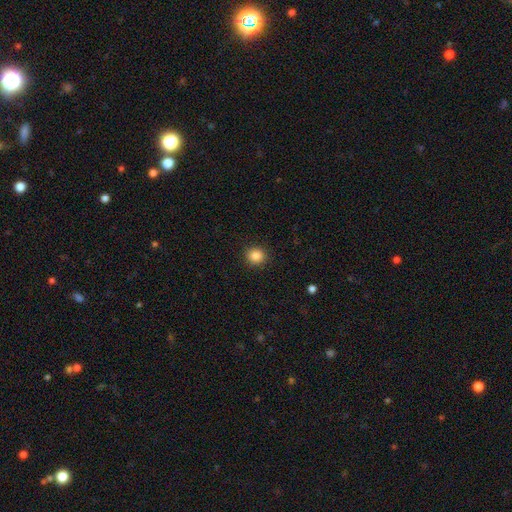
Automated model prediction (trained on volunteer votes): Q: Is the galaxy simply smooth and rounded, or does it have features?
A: smooth — 86%.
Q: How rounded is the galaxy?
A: round — 88%.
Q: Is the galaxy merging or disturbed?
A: none — 92%.